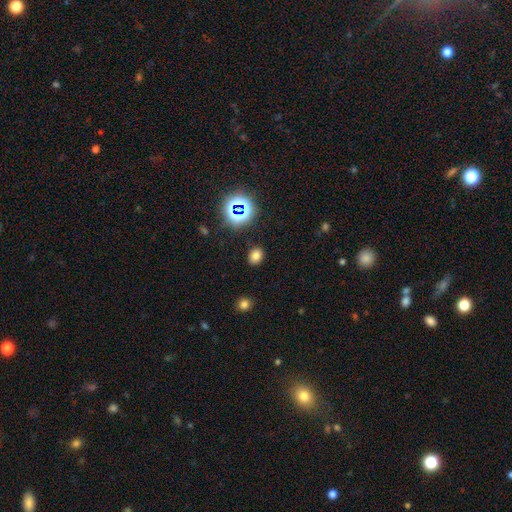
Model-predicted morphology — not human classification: Smooth or featured? Predicted: smooth (p=0.73). How rounded? Predicted: in between (p=0.53). Merging? Predicted: none (p=0.87).